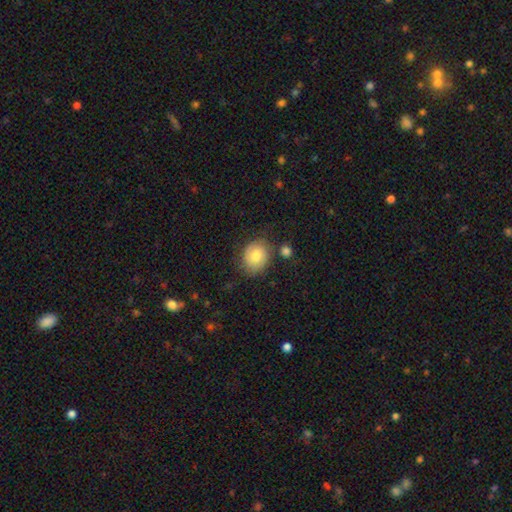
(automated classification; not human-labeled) smooth_or_featured: smooth (p=0.71) [alt: featured or disk p=0.20]
how_rounded: round (p=0.67) [alt: in between p=0.32]
merging: none (p=0.71) [alt: minor disturbance p=0.18]